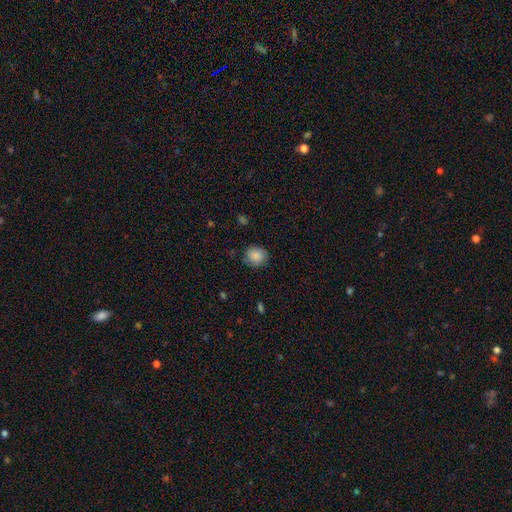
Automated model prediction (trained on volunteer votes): Smooth or featured: smooth — 86% (star or artifact — 8%)
How rounded: round — 77% (in between — 22%)
Merging: none — 79% (minor disturbance — 16%)